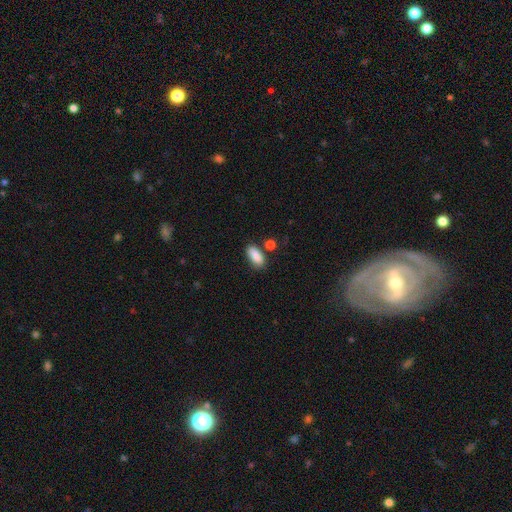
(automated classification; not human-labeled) Smooth or featured? smooth (89%)
How rounded? in between (86%)
Merging? none (75%)